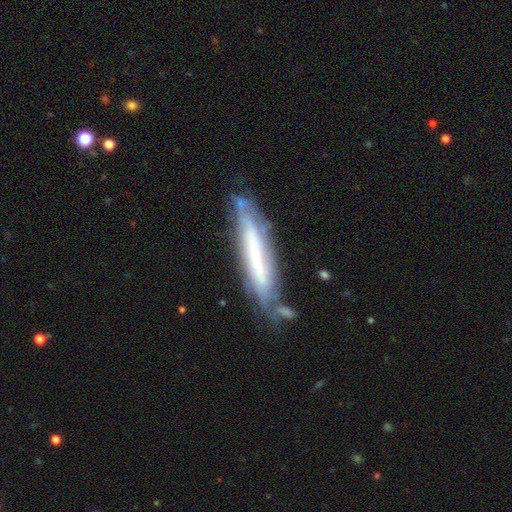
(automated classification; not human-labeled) smooth-or-featured: featured or disk: 60% | smooth: 33% | star or artifact: 8%
  disk-edge-on: yes: 67% | no: 33%
  merging: none: 61% | minor disturbance: 24% | major disturbance: 8% | merger: 7%